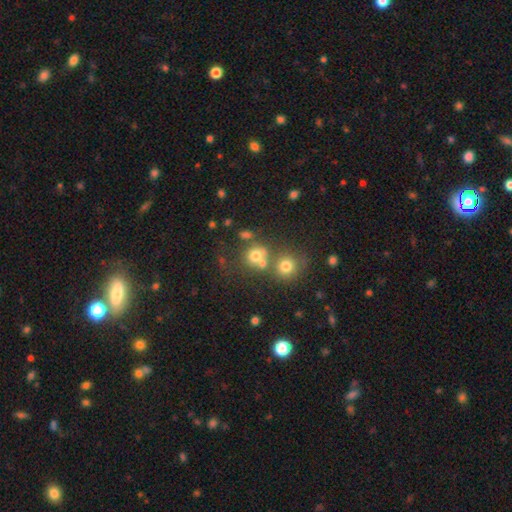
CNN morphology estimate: A smooth galaxy with no disk features (69%) that is round (78%). Merging: none (47%).